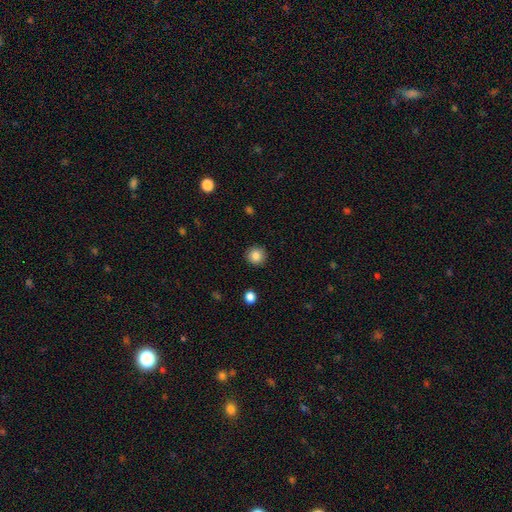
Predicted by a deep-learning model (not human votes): Smooth or featured: smooth — 86% (star or artifact — 9%)
How rounded: round — 93% (in between — 6%)
Merging: none — 92% (minor disturbance — 5%)